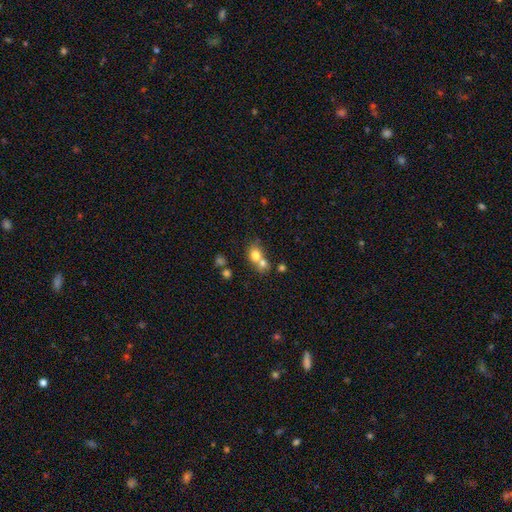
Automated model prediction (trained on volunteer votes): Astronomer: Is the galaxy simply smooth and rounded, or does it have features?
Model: smooth — 74%.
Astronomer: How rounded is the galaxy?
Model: round — 67%.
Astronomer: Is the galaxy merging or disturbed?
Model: merger — 57%.